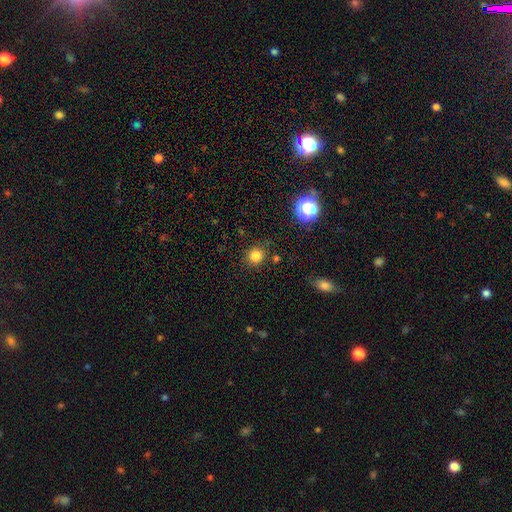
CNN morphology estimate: The model was most divided on "smooth or featured": smooth: 81%, star or artifact: 14%, featured or disk: 5%. More confident: how rounded — round (89%); merging — none (84%).